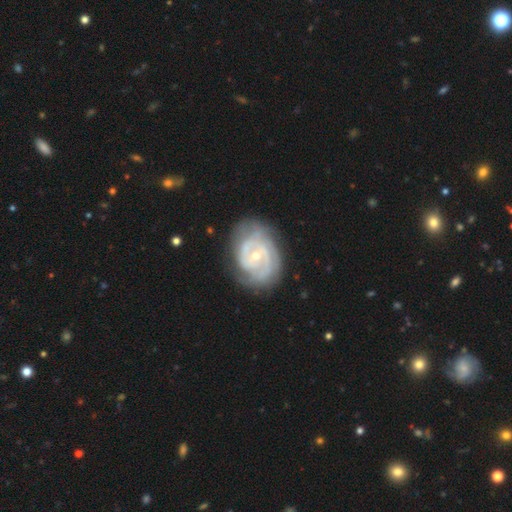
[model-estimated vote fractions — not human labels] featured or disk 86%, smooth 9%, star or artifact 5%. Down the decision tree: edge-on disk — no (97%); bar — no (54%); spiral arms — yes (94%); spiral arm count — 2 (47%); spiral winding — tight (64%); bulge size — small (62%); merging — none (73%).